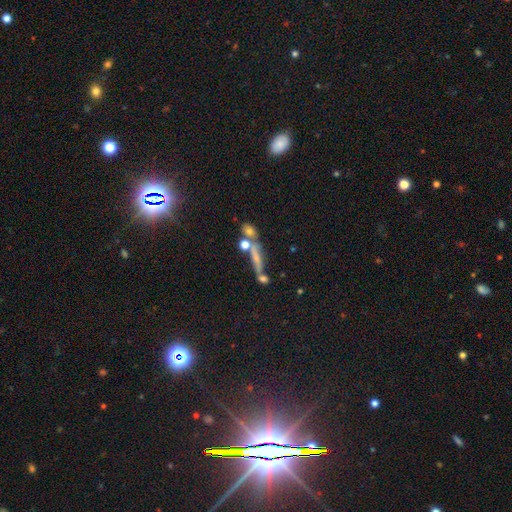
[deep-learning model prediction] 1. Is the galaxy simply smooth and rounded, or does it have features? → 41% smooth, 37% featured or disk, 21% star or artifact.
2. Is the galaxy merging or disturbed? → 50% none, 26% merger, 15% minor disturbance, 10% major disturbance.